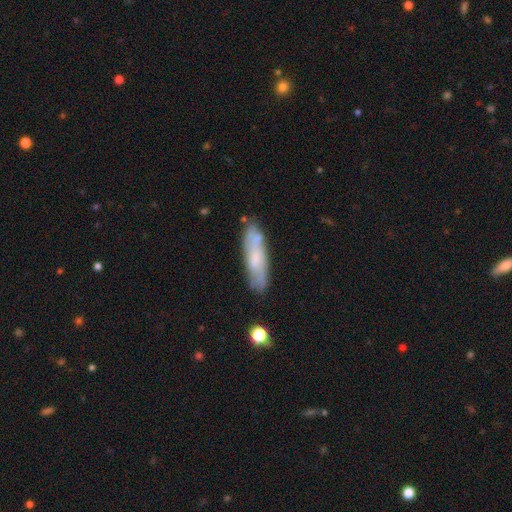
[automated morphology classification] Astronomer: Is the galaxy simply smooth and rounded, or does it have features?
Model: smooth — 49% (runner-up: featured or disk, 44%).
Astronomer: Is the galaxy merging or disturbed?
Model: none — 76%.